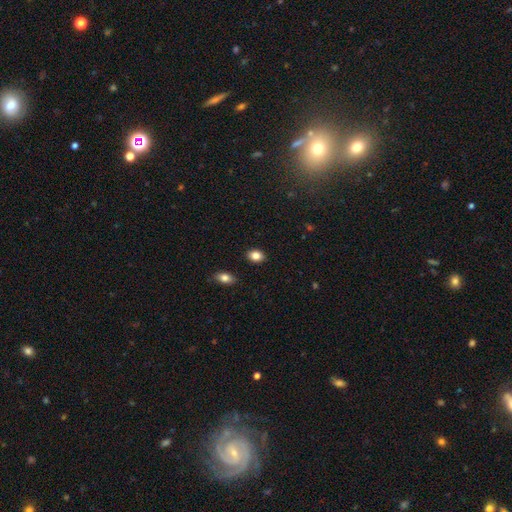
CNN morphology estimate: Smooth or featured? smooth (84%)
How rounded? in between (71%)
Merging? none (89%)